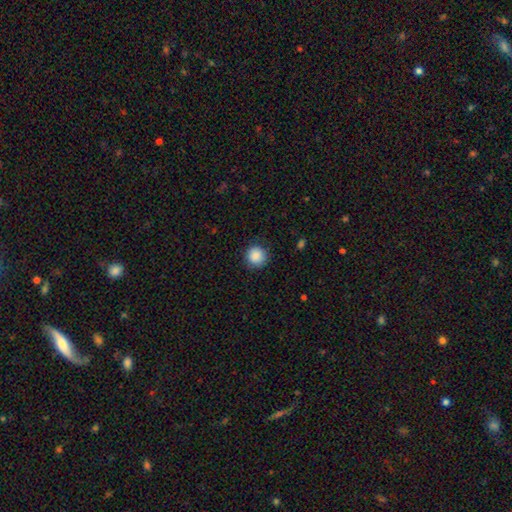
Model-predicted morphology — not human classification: Smooth or featured: smooth — 88% (star or artifact — 9%)
How rounded: round — 93% (in between — 6%)
Merging: none — 87% (minor disturbance — 9%)